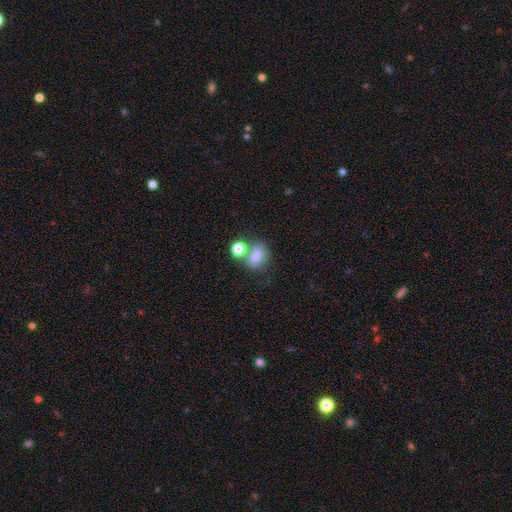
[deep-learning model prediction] Smooth or featured?
  - smooth: 74% *
  - featured or disk: 14%
  - star or artifact: 12%
How rounded?
  - in between: 58% *
  - round: 40%
  - cigar-shaped: 2%
Merging?
  - none: 40% *
  - merger: 36%
  - minor disturbance: 15%
  - major disturbance: 9%